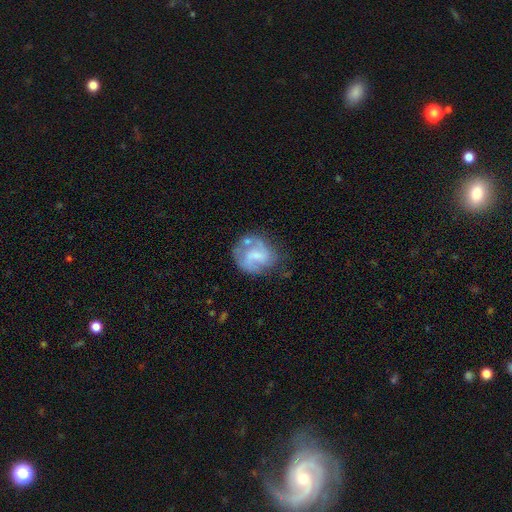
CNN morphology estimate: Smooth or featured? featured or disk (60%)
Edge-on disk? no (97%)
Bar? weak (45%)
Spiral arms? yes (70%)
Bulge size? small (32%)
Merging? none (51%)